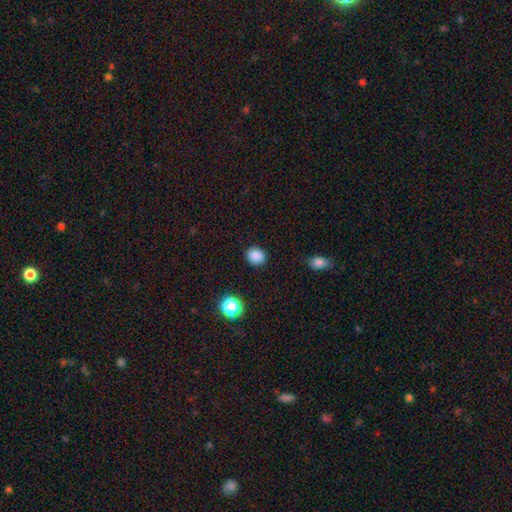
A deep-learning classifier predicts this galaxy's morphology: type=smooth (86%); roundness=round (70%); merging=none (87%).